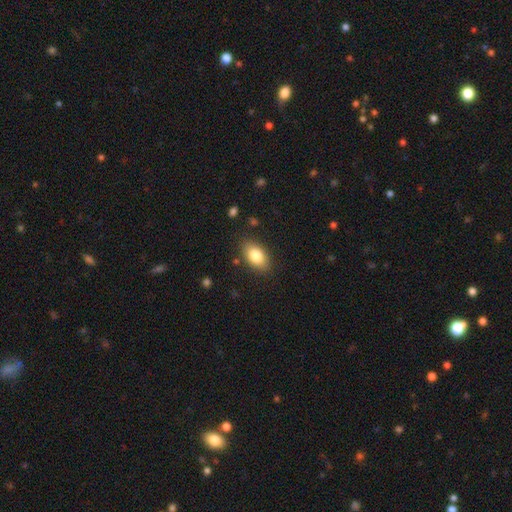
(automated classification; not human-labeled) The model was most divided on "smooth or featured": smooth: 82%, featured or disk: 10%, star or artifact: 7%. More confident: how rounded — in between (90%); merging — none (84%).